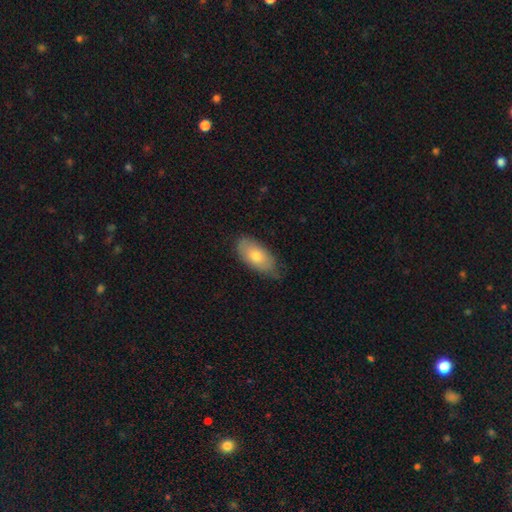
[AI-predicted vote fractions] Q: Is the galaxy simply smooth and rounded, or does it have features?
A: smooth — 74%.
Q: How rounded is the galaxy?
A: in between — 92%.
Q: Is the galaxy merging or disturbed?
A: none — 67%.